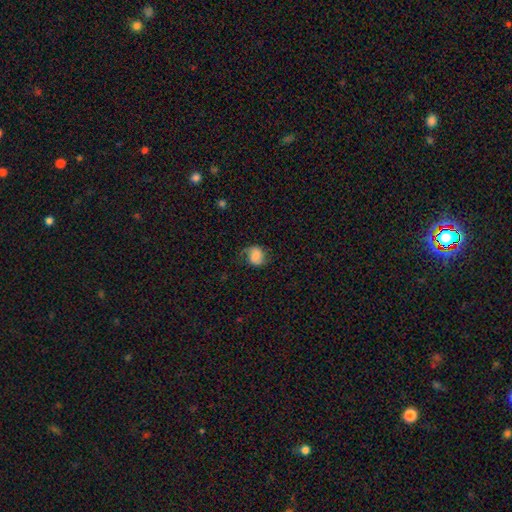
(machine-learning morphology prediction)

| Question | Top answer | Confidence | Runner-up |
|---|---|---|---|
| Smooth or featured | smooth | 59% | featured or disk (31%) |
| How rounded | round | 62% | in between (37%) |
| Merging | none | 57% | minor disturbance (26%) |